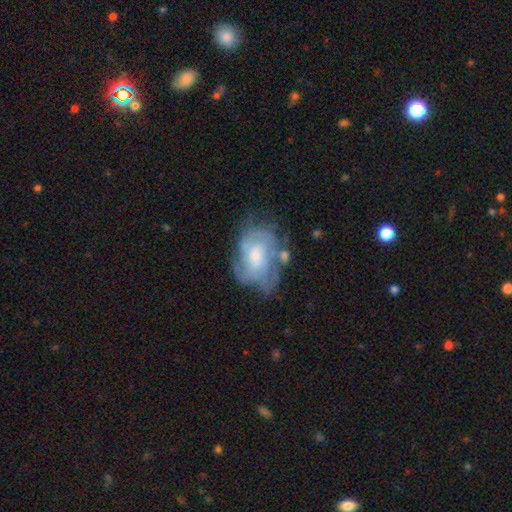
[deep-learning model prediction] Morphology: type=featured or disk (73%); edge-on=no (97%); bar=no (66%); spiral arms=yes (80%); winding=tight (51%); arm count=can't tell (48%); bulge=moderate (46%); merging=none (53%).